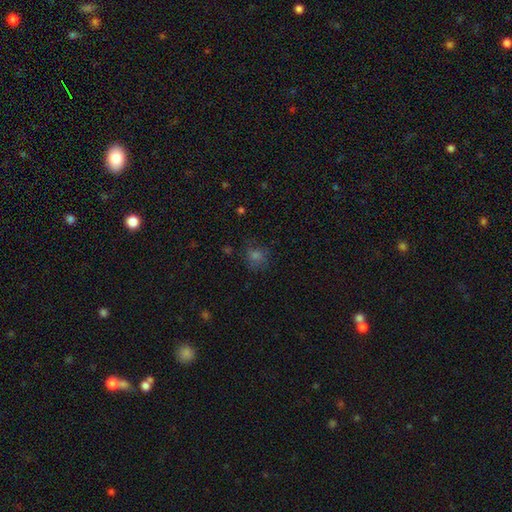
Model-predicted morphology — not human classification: A smooth galaxy with no disk features (58%) that is round (82%). Merging: none (75%).